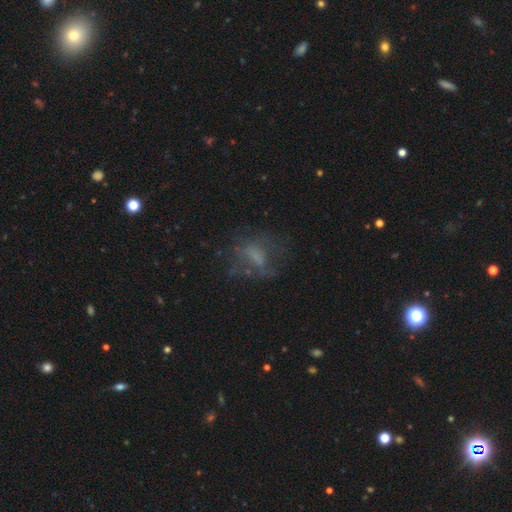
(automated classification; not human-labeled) Morphology: type=smooth (43%); merging=none (52%).